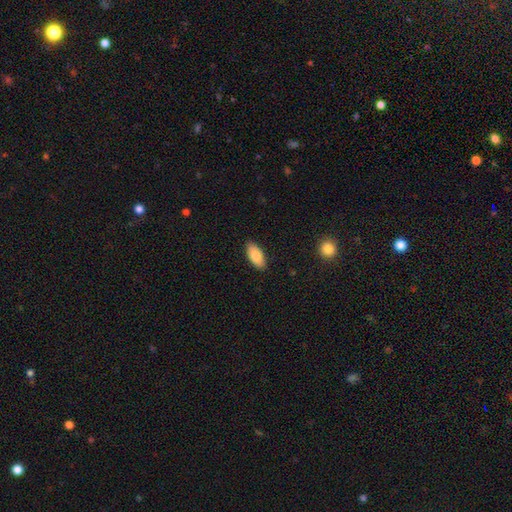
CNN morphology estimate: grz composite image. It shows a smooth galaxy with no disk features (85%) that is in between round and cigar-shaped (88%). Merging: none (87%).